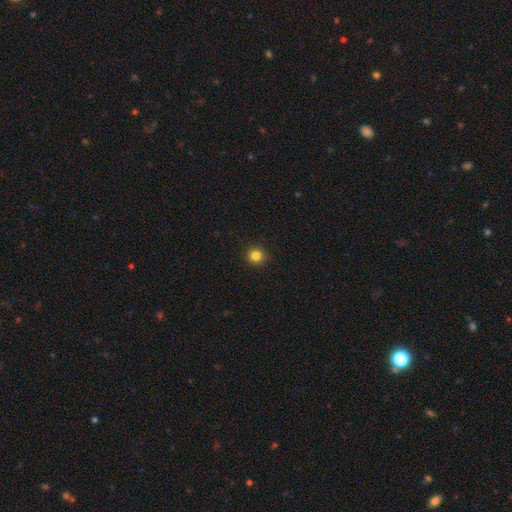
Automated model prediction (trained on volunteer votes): Morphology: type=smooth (83%); roundness=round (94%); merging=none (93%).